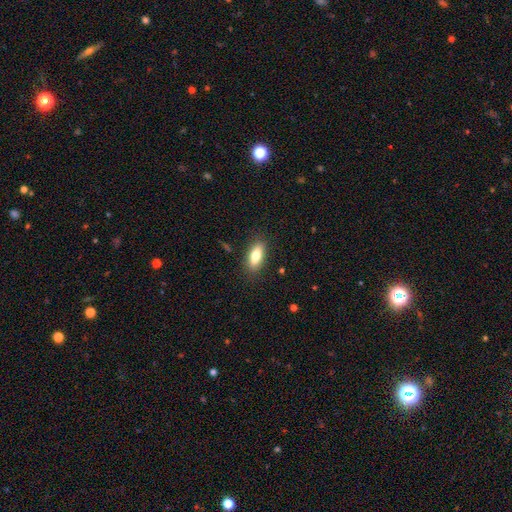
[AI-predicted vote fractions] Q: Smooth or featured?
A: smooth (78%); runner-up: featured or disk (15%)
Q: How rounded?
A: in between (79%); runner-up: cigar-shaped (18%)
Q: Merging?
A: none (86%); runner-up: minor disturbance (10%)